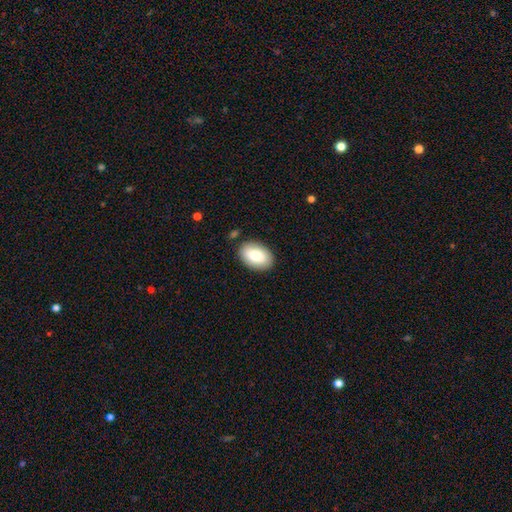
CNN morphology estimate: The model was most divided on "smooth or featured": smooth: 83%, featured or disk: 11%, star or artifact: 6%. More confident: how rounded — in between (90%); merging — none (86%).